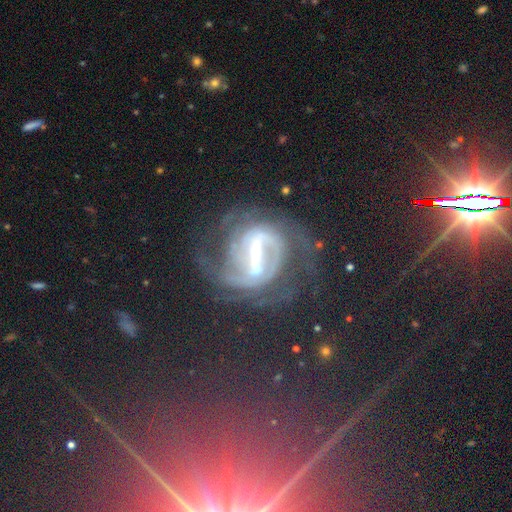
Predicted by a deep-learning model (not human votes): Q: Smooth or featured?
A: featured or disk (85%); runner-up: star or artifact (9%)
Q: Edge-on disk?
A: no (95%); runner-up: yes (5%)
Q: Bar?
A: strong (72%); runner-up: weak (22%)
Q: Spiral arms?
A: yes (93%); runner-up: no (7%)
Q: Spiral winding?
A: tight (47%); runner-up: medium (38%)
Q: Spiral arm count?
A: 2 (33%); runner-up: can't tell (29%)
Q: Bulge size?
A: small (51%); runner-up: moderate (35%)
Q: Merging?
A: none (58%); runner-up: major disturbance (23%)